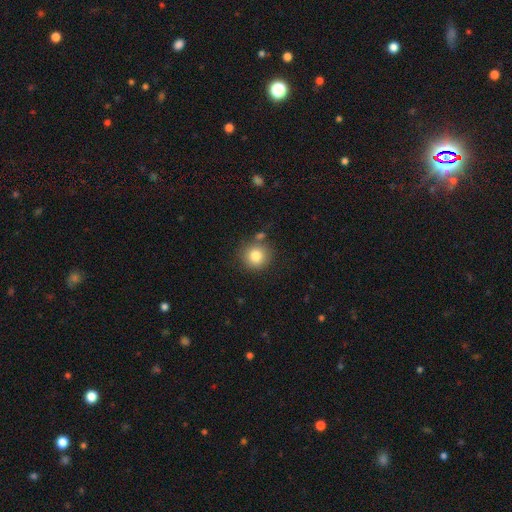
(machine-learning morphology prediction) Q: Smooth or featured?
A: smooth (82%); runner-up: star or artifact (10%)
Q: How rounded?
A: round (91%); runner-up: in between (8%)
Q: Merging?
A: none (78%); runner-up: minor disturbance (11%)